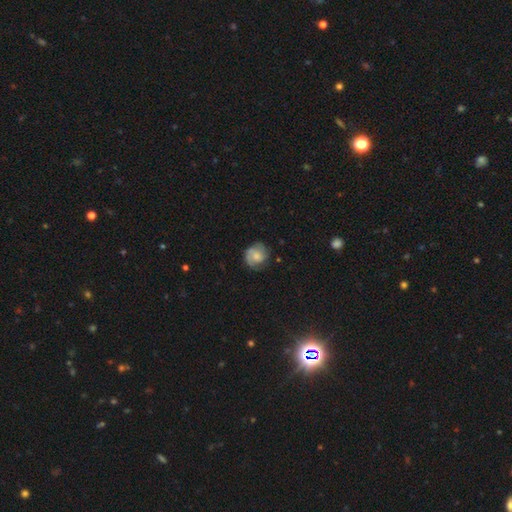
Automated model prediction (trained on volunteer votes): Morphology: type=featured or disk (53%); edge-on=no (98%); bar=no (71%); spiral arms=yes (85%); bulge=moderate (43%); merging=none (69%).